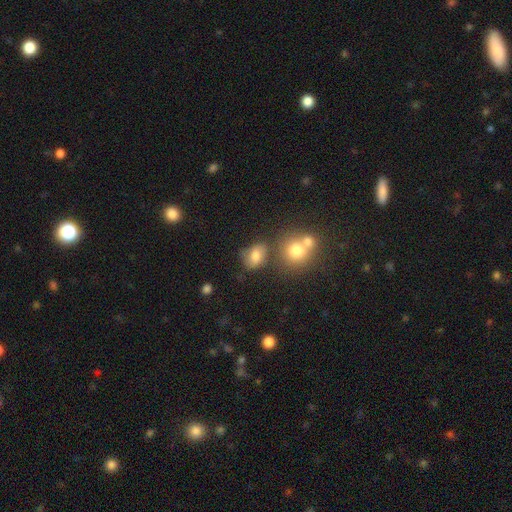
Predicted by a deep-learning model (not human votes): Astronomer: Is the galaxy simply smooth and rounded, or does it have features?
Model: smooth — 73%.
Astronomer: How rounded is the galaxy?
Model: in between — 63%.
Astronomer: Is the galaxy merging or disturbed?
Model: none — 58%.